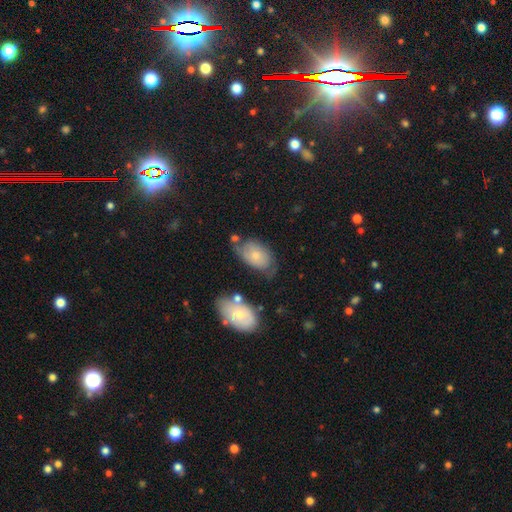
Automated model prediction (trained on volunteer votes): A smooth galaxy with no disk features (57%) that is in between round and cigar-shaped (89%).

Vote fractions:
- Smooth or featured? smooth: 57% / featured or disk: 36% / star or artifact: 7%
- How rounded? in between: 89% / round: 9% / cigar-shaped: 2%
- Merging? none: 46% / minor disturbance: 31% / major disturbance: 14% / merger: 10%